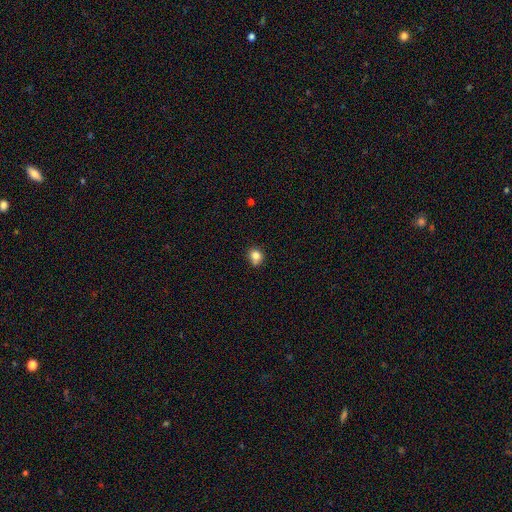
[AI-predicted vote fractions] smooth 81%, star or artifact 11%, featured or disk 7%. Down the decision tree: how rounded — round (78%); merging — none (66%).